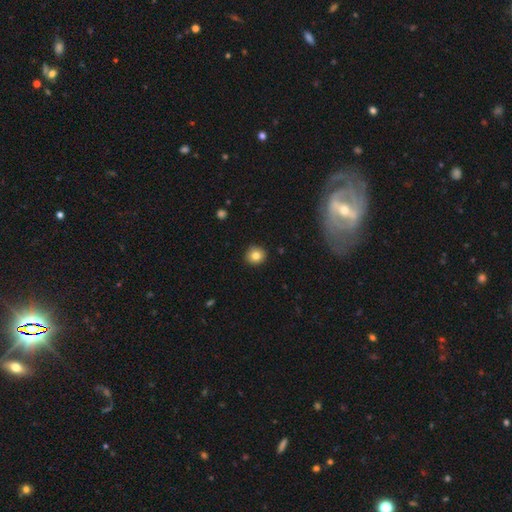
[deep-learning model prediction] Q: Smooth or featured?
A: smooth (81%); runner-up: star or artifact (10%)
Q: How rounded?
A: round (90%); runner-up: in between (9%)
Q: Merging?
A: none (91%); runner-up: minor disturbance (6%)